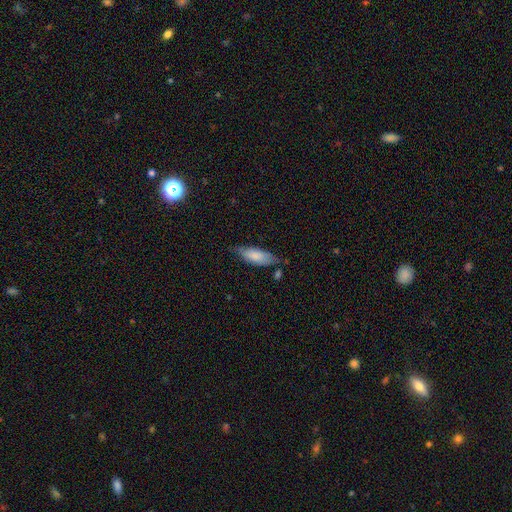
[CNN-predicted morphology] Q: Smooth or featured?
A: smooth (73%); runner-up: featured or disk (21%)
Q: How rounded?
A: in between (67%); runner-up: cigar-shaped (31%)
Q: Merging?
A: none (59%); runner-up: minor disturbance (30%)